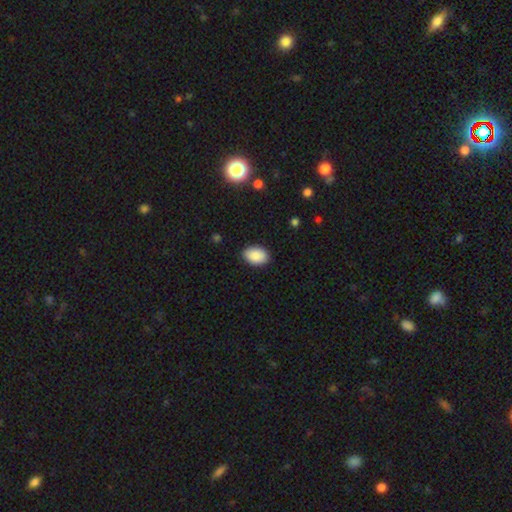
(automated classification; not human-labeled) Overall: smooth (90%). How rounded: in between (89%). Merging: none (87%).